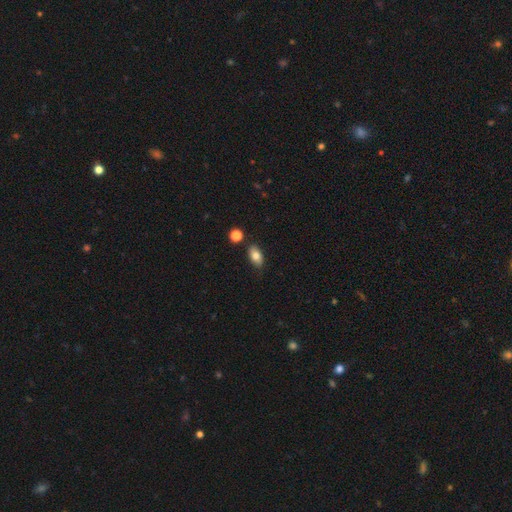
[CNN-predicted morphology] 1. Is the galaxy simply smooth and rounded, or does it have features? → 79% smooth, 12% featured or disk, 9% star or artifact.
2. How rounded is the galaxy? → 90% in between, 7% round, 3% cigar-shaped.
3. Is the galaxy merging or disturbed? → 81% none, 13% minor disturbance, 4% merger, 3% major disturbance.